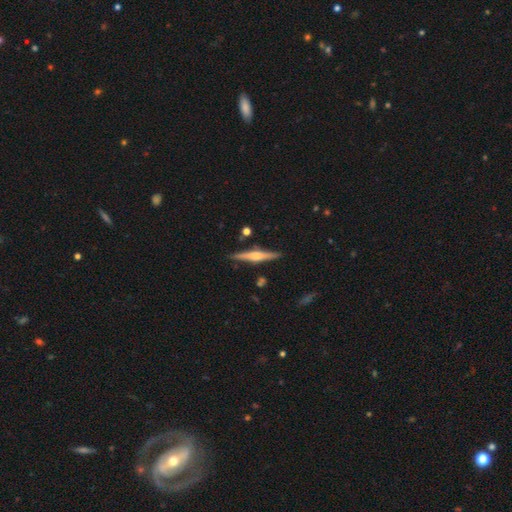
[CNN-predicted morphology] Smooth or featured?
  - featured or disk: 69% *
  - smooth: 25%
  - star or artifact: 6%
Edge-on disk?
  - yes: 98% *
  - no: 2%
Edge-on bulge?
  - rounded: 83% *
  - boxy: 11%
  - none: 6%
Merging?
  - none: 88% *
  - minor disturbance: 8%
  - merger: 2%
  - major disturbance: 2%